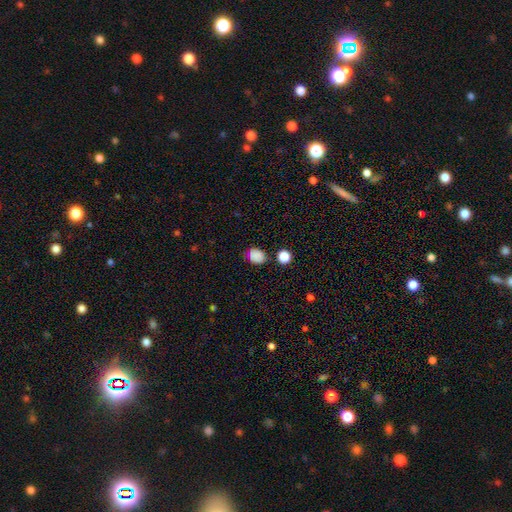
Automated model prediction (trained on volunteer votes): The model was most divided on "how rounded": in between: 52%, round: 47%, cigar-shaped: 1%. More confident: smooth or featured — smooth (82%); merging — none (74%).